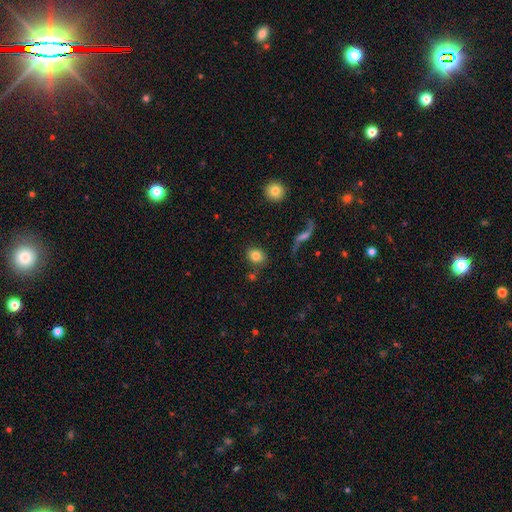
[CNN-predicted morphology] This appears to be a smooth galaxy with no disk features (81%) that is round (65%). Merging: none (78%).